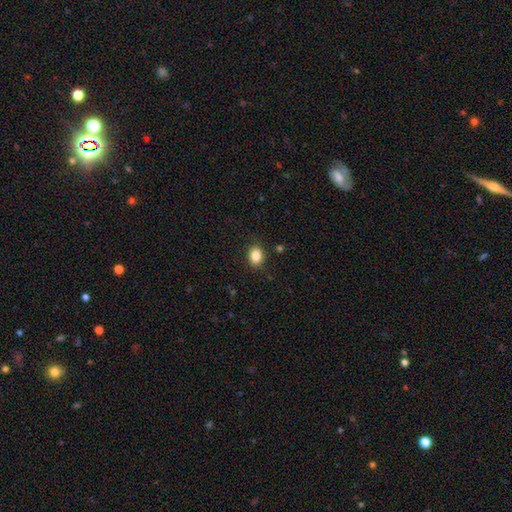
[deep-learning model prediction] smooth 86%, star or artifact 9%, featured or disk 4%. Down the decision tree: how rounded — in between (61%); merging — none (88%).